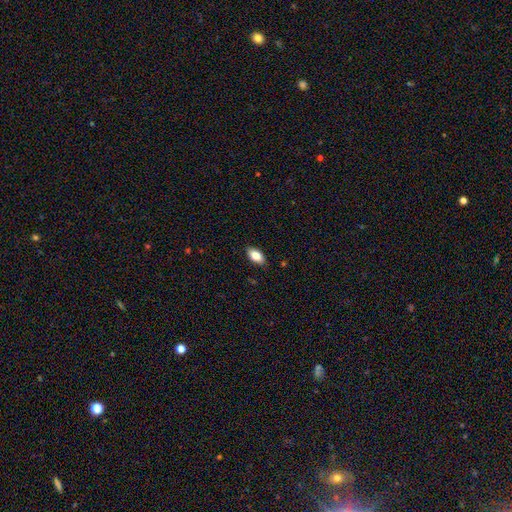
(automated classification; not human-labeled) smooth_or_featured: smooth (p=0.84) [alt: featured or disk p=0.09]
how_rounded: in between (p=0.92) [alt: round p=0.04]
merging: none (p=0.88) [alt: minor disturbance p=0.10]